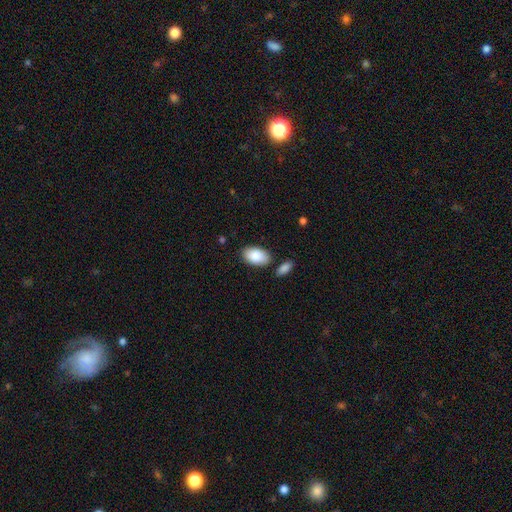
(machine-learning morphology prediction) This appears to be a smooth galaxy with no disk features (88%) that is in between round and cigar-shaped (94%). Merging: none (80%).